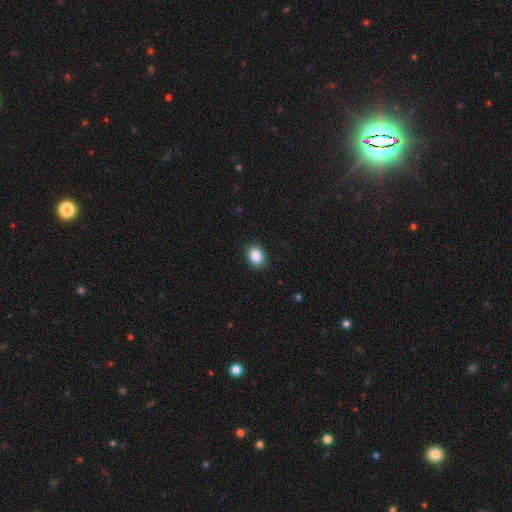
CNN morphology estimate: type=smooth (88%); roundness=in between (60%); merging=none (90%).